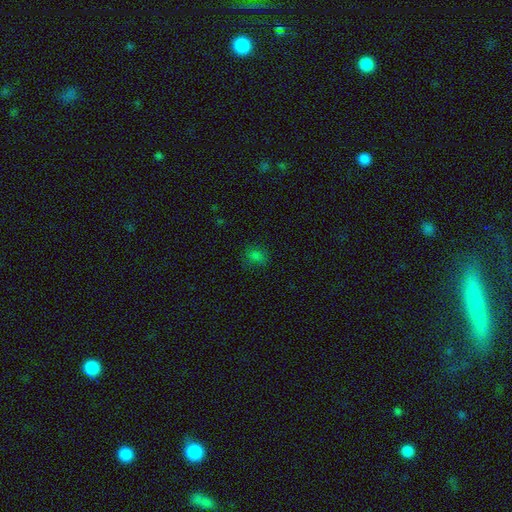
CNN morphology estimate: Smooth or featured?
  - smooth: 72% *
  - star or artifact: 22%
  - featured or disk: 6%
How rounded?
  - round: 58% *
  - in between: 40%
  - cigar-shaped: 1%
Merging?
  - none: 77% *
  - minor disturbance: 16%
  - major disturbance: 5%
  - merger: 2%